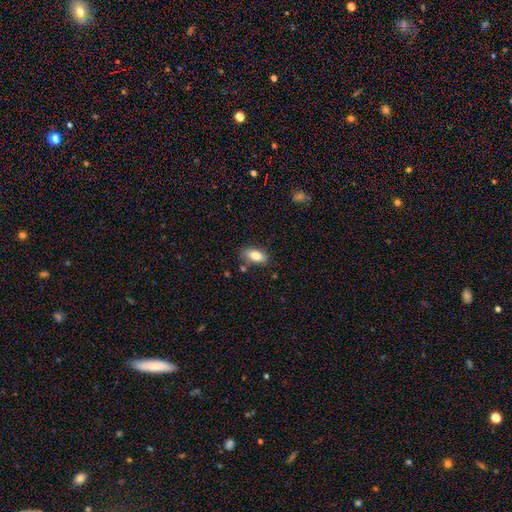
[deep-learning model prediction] The model was most divided on "merging": none: 79%, minor disturbance: 14%, merger: 4%, major disturbance: 3%. More confident: how rounded — in between (89%); smooth or featured — smooth (80%).